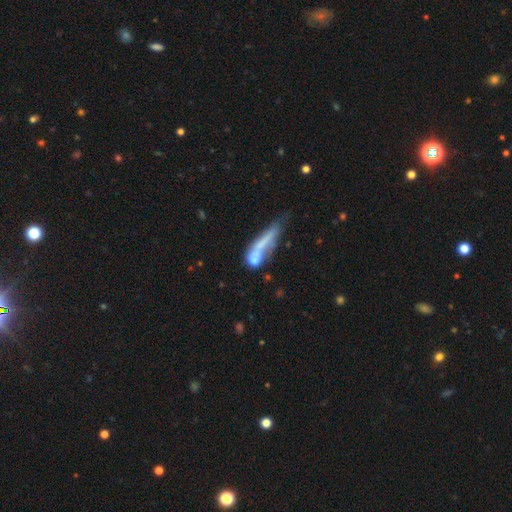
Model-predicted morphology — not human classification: The model was most divided on "merging": merger: 33%, none: 25%, major disturbance: 23%, minor disturbance: 19%. More confident: how rounded — cigar-shaped (61%); smooth or featured — smooth (55%).